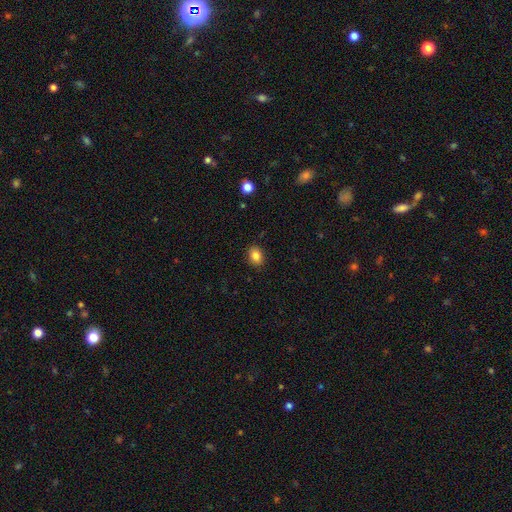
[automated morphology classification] The model was most divided on "how rounded": in between: 63%, round: 36%, cigar-shaped: 1%. More confident: merging — none (88%); smooth or featured — smooth (84%).